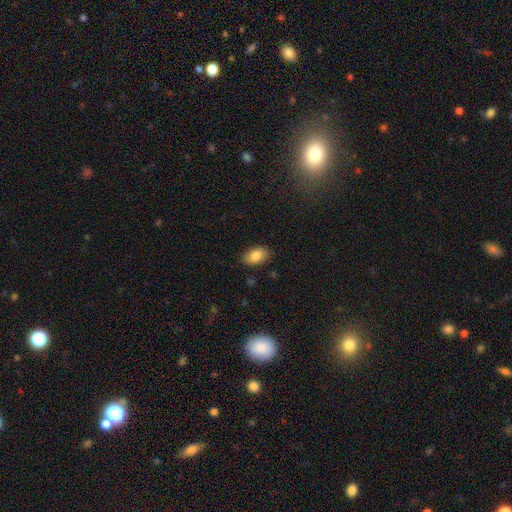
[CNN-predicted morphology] A smooth galaxy with no disk features (85%) that is in between round and cigar-shaped (91%). Merging: none (85%).